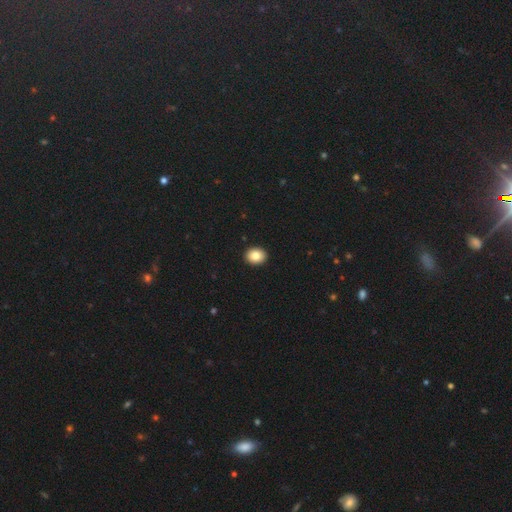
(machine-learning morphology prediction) A smooth galaxy with no disk features (85%) that is round (54%). Merging: none (93%).